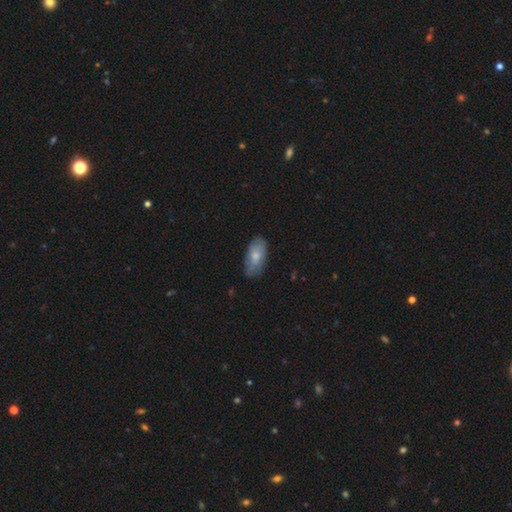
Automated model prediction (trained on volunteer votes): Smooth or featured: smooth — 68% (featured or disk — 26%)
How rounded: in between — 92% (cigar-shaped — 5%)
Merging: none — 71% (minor disturbance — 23%)